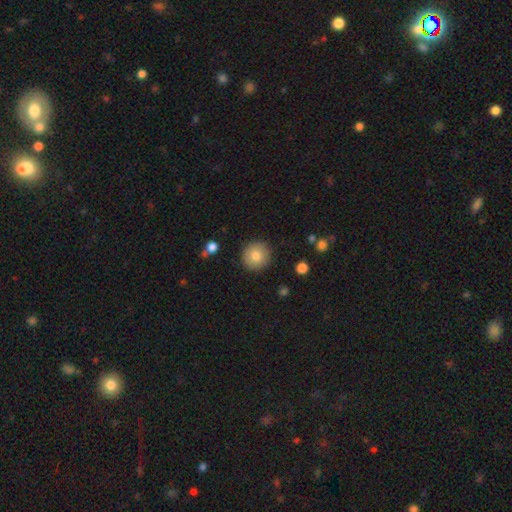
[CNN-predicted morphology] The model was most divided on "smooth or featured": smooth: 81%, featured or disk: 11%, star or artifact: 8%. More confident: how rounded — round (94%); merging — none (90%).